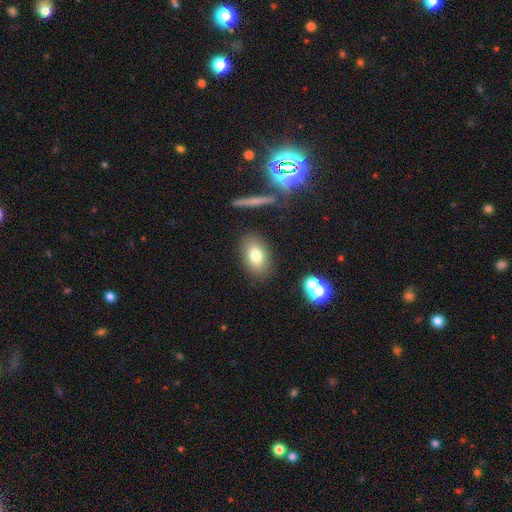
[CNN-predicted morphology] smooth_or_featured: smooth (p=0.77) [alt: featured or disk p=0.13]
how_rounded: in between (p=0.85) [alt: round p=0.13]
merging: none (p=0.84) [alt: minor disturbance p=0.10]